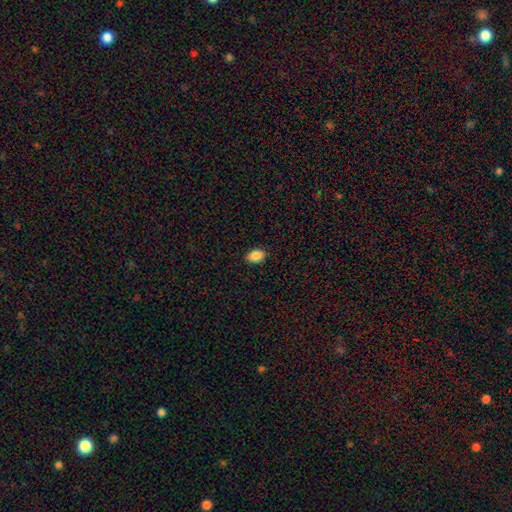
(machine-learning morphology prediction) Smooth or featured? Predicted: smooth (p=0.87). How rounded? Predicted: in between (p=0.79). Merging? Predicted: none (p=0.88).